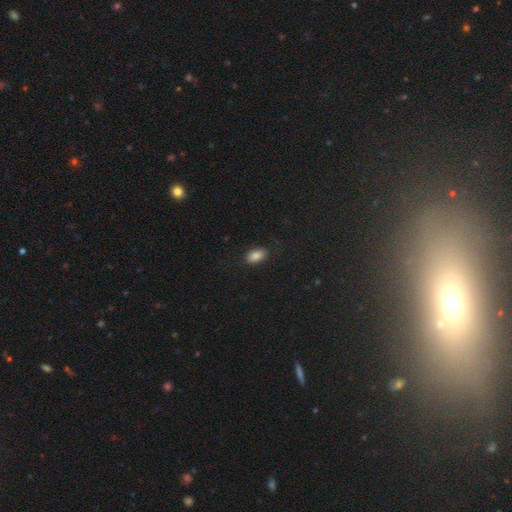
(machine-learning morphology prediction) smooth 87%, star or artifact 9%, featured or disk 5%. Down the decision tree: how rounded — in between (91%); merging — none (86%).